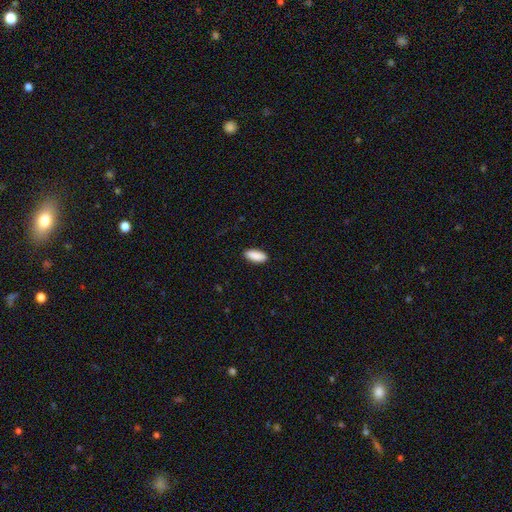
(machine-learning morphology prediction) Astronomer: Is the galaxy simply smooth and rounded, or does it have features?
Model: smooth — 91%.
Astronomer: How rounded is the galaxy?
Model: in between — 83%.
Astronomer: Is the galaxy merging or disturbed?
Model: none — 89%.